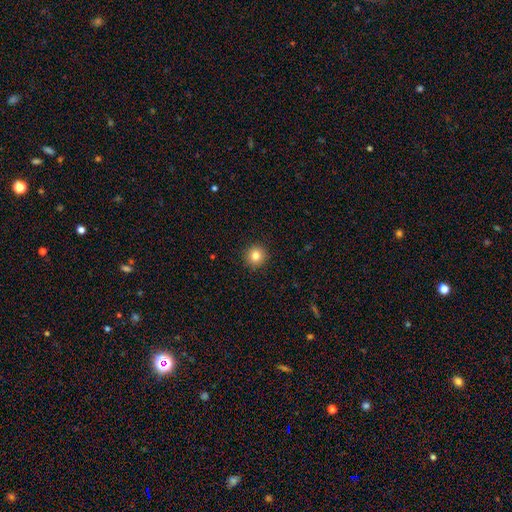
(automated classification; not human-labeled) Morphology: type=smooth (82%); roundness=round (95%); merging=none (93%).